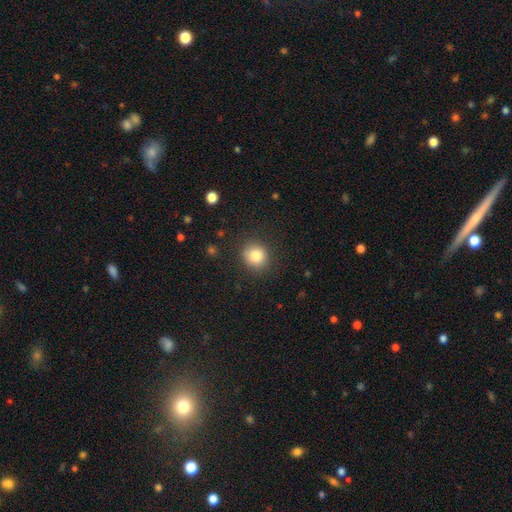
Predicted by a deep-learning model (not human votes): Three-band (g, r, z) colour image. It shows a smooth galaxy with no disk features (82%) that is round (86%). Merging: none (87%).